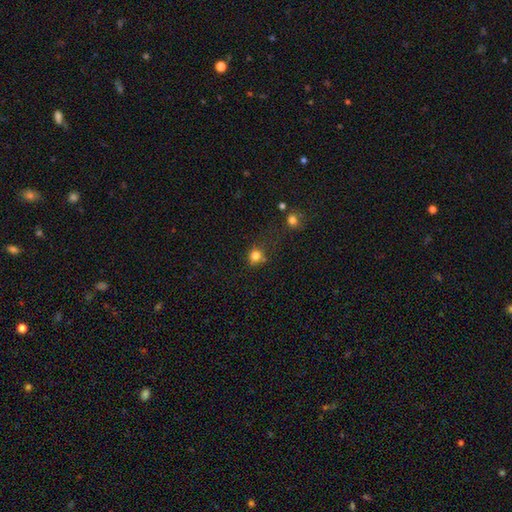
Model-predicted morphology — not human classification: type=smooth (80%); roundness=round (82%); merging=none (65%).